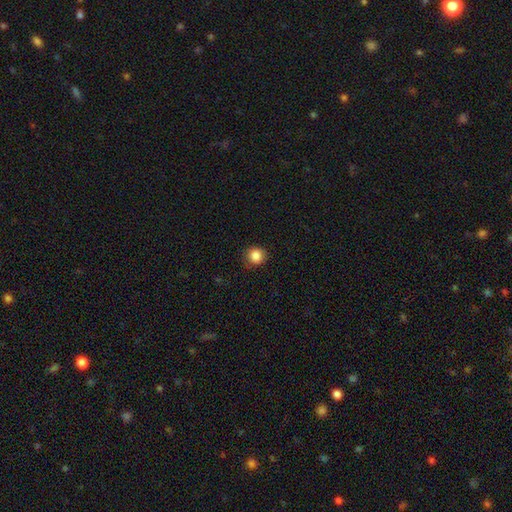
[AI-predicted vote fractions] Morphology: type=smooth (86%); roundness=round (91%); merging=none (85%).